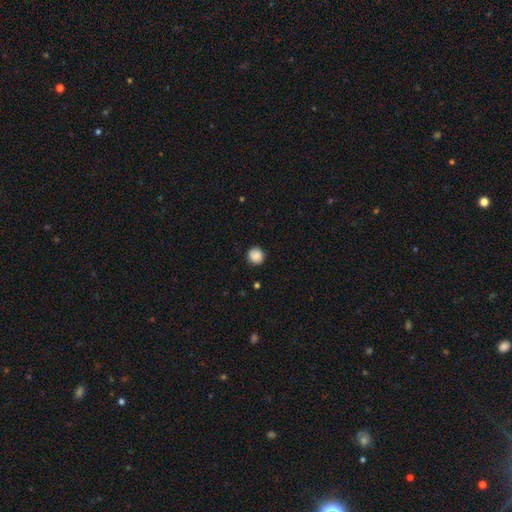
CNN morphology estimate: Overall: smooth (88%). How rounded: round (94%). Merging: none (89%).